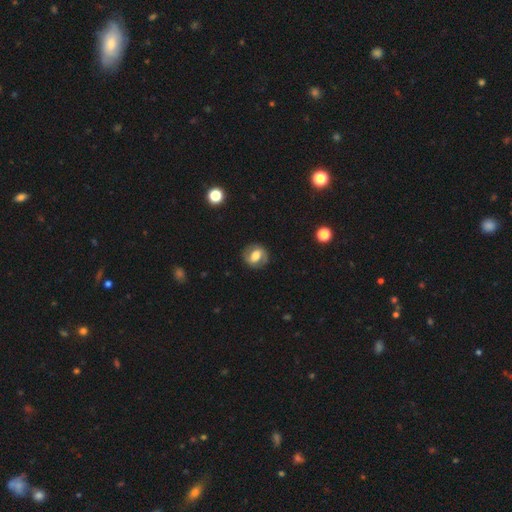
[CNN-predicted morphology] type=featured or disk (55%); edge-on=no (95%); bar=weak (41%); spiral arms=yes (69%); bulge=moderate (54%); merging=none (83%).